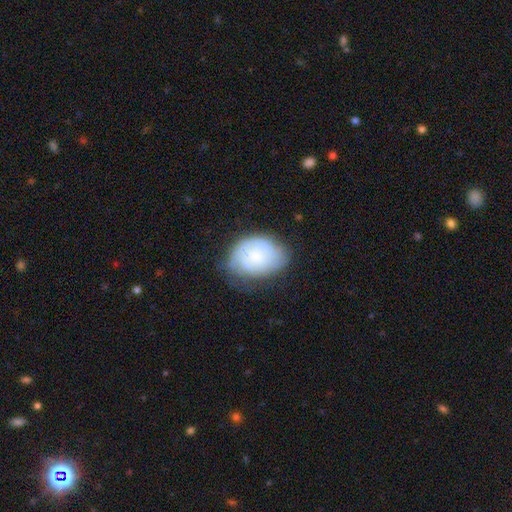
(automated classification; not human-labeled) Smooth or featured? smooth (48%)
Merging? none (59%)